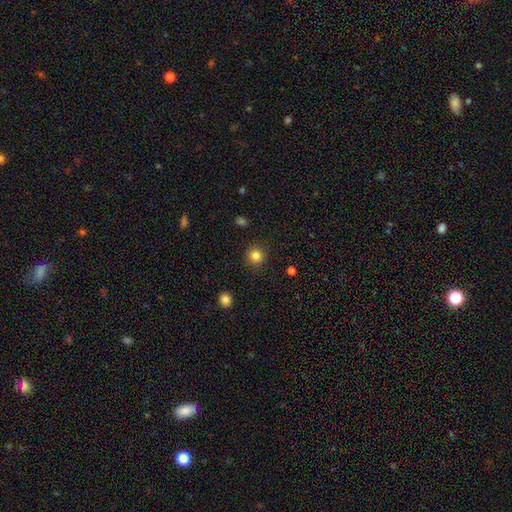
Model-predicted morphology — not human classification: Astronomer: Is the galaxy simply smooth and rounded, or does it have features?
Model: smooth — 83%.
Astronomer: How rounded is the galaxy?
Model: round — 93%.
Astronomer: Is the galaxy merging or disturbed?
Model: none — 90%.